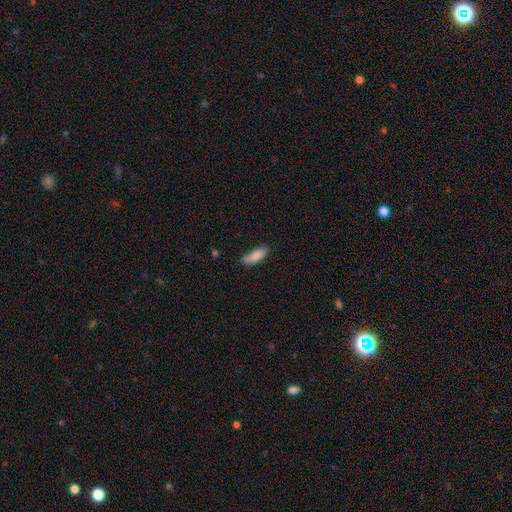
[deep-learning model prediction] This appears to be a smooth galaxy with no disk features (86%) that is in between round and cigar-shaped (65%). Merging: none (66%).